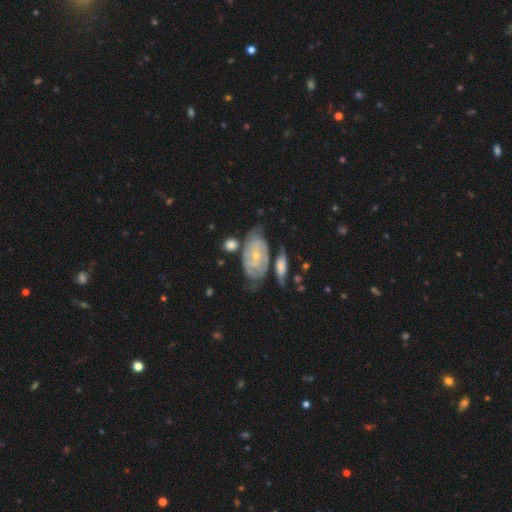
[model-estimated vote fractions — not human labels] Smooth or featured? Predicted: featured or disk (p=0.77). Edge-on disk? Predicted: no (p=0.95). Bar? Predicted: no (p=0.71). Spiral arms? Predicted: yes (p=0.85). Spiral winding? Predicted: tight (p=0.69). Spiral arm count? Predicted: can't tell (p=0.42). Bulge size? Predicted: small (p=0.65). Merging? Predicted: none (p=0.52).